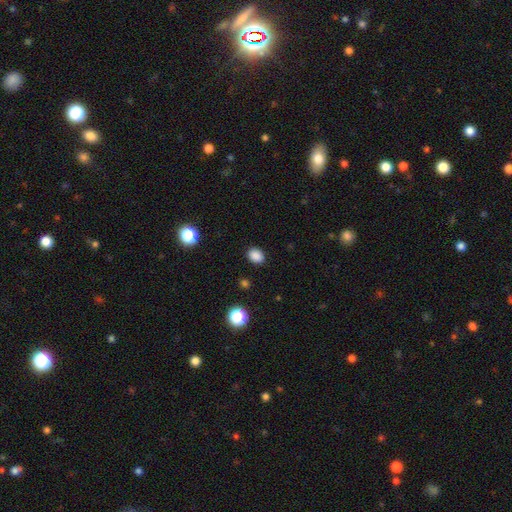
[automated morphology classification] Smooth or featured: smooth — 86% (star or artifact — 11%)
How rounded: in between — 62% (round — 38%)
Merging: none — 89% (minor disturbance — 8%)